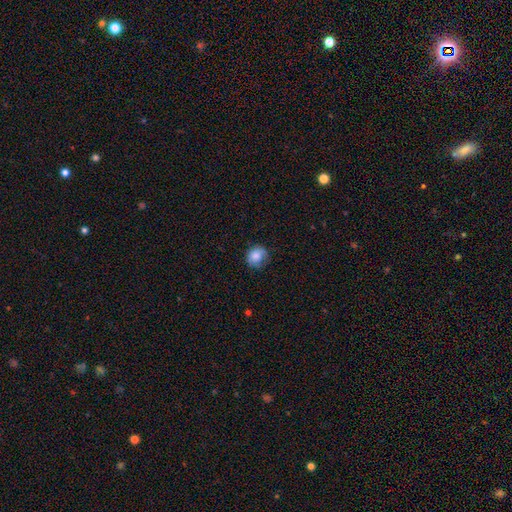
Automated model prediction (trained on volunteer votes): smooth_or_featured: smooth (p=0.82) [alt: featured or disk p=0.09]
how_rounded: round (p=0.79) [alt: in between p=0.20]
merging: none (p=0.68) [alt: minor disturbance p=0.24]